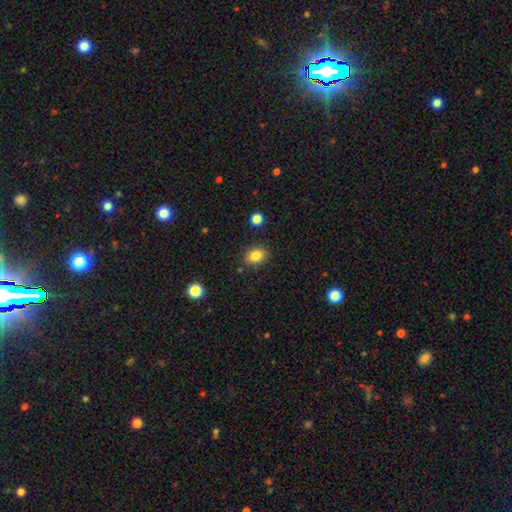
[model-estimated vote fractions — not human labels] Smooth or featured?
  - smooth: 83% *
  - star or artifact: 10%
  - featured or disk: 7%
How rounded?
  - in between: 68% *
  - round: 31%
  - cigar-shaped: 1%
Merging?
  - none: 86% *
  - minor disturbance: 10%
  - merger: 3%
  - major disturbance: 2%